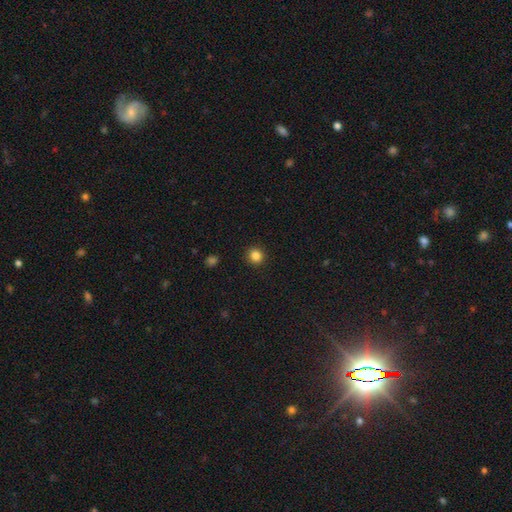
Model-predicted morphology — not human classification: smooth-or-featured: smooth: 84% | star or artifact: 12% | featured or disk: 4%
  how-rounded: round: 88% | in between: 11% | cigar-shaped: 1%
  merging: none: 92% | minor disturbance: 5% | major disturbance: 2% | merger: 1%